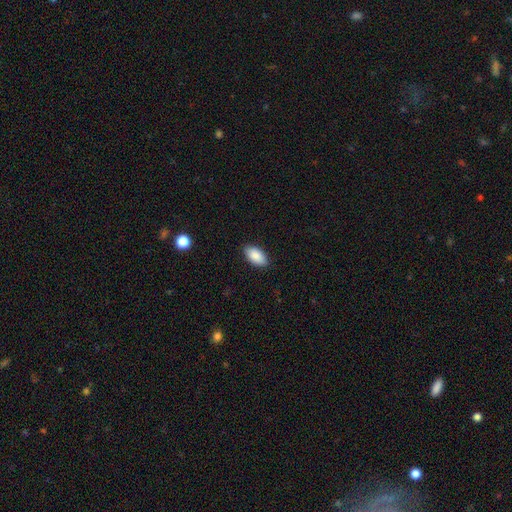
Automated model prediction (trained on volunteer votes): smooth_or_featured: smooth (p=0.88) [alt: star or artifact p=0.06]
how_rounded: in between (p=0.94) [alt: cigar-shaped p=0.03]
merging: none (p=0.87) [alt: minor disturbance p=0.10]